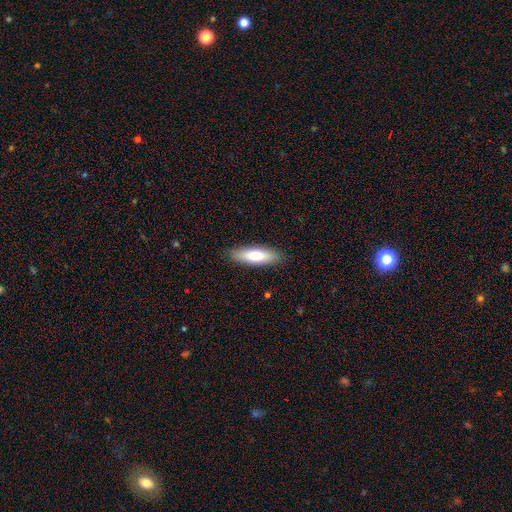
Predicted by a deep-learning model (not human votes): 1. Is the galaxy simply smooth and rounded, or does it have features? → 71% smooth, 23% featured or disk, 6% star or artifact.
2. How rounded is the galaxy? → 53% cigar-shaped, 46% in between, 2% round.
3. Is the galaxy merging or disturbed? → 88% none, 9% minor disturbance, 2% major disturbance, 1% merger.